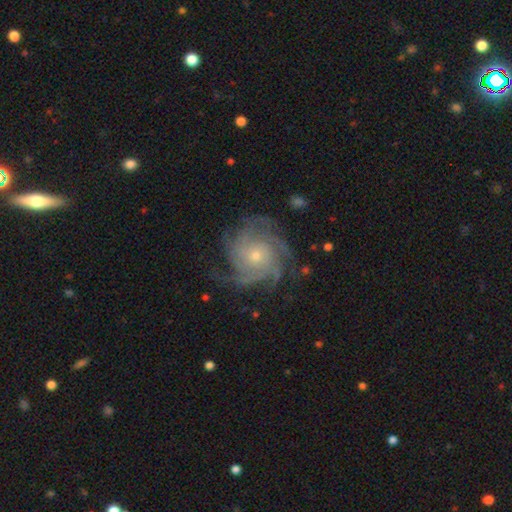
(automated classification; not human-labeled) Overall: featured or disk (87%). Edge-on disk: no (98%). Bar: no (80%). Spiral arms: yes (97%). Spiral arm count: 4 (30%; can't tell 22%). Spiral winding: tight (61%; medium 31%). Bulge size: small (65%; moderate 31%). Merging: none (73%).